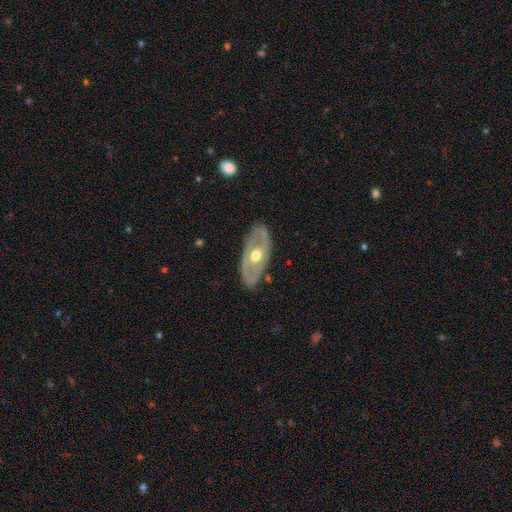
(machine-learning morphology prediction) This is likely a featured or disk galaxy (73%). It is clearly not viewed edge-on (85%). Bar: likely no (74%). Spiral arm pattern: possibly no (58%). Central bulge: likely moderate (76%). Merging: likely none (79%).